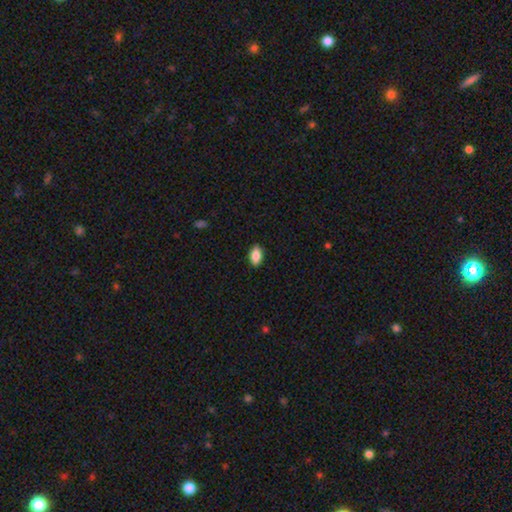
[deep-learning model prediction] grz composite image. It shows a smooth galaxy with no disk features (87%) that is in between round and cigar-shaped (92%). Merging: none (89%).